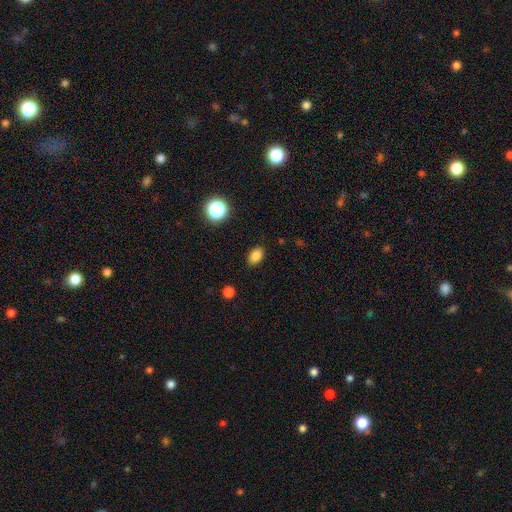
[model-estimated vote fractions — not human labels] The model was most divided on "how rounded": in between: 86%, round: 13%, cigar-shaped: 2%. More confident: merging — none (87%); smooth or featured — smooth (85%).